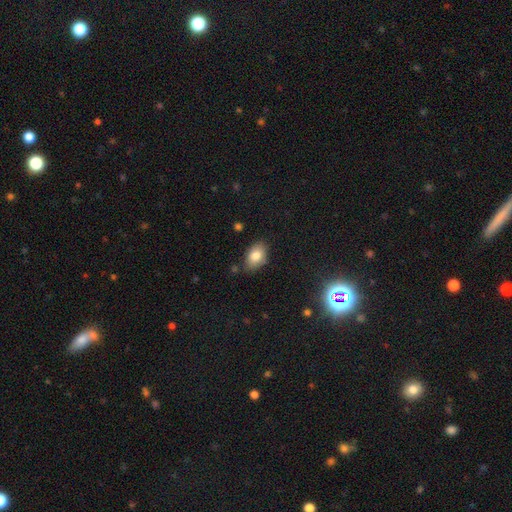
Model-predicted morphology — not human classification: Smooth or featured?
  - smooth: 81% *
  - featured or disk: 10%
  - star or artifact: 9%
How rounded?
  - in between: 89% *
  - round: 10%
  - cigar-shaped: 2%
Merging?
  - none: 79% *
  - minor disturbance: 16%
  - major disturbance: 3%
  - merger: 3%